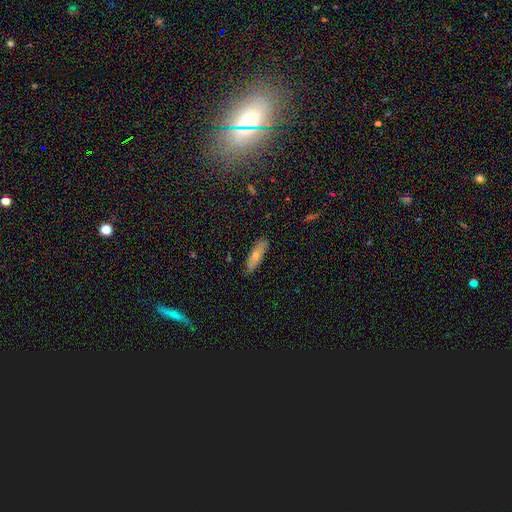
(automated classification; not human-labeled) smooth 68%, featured or disk 26%, star or artifact 6%. Down the decision tree: how rounded — cigar-shaped (52%); merging — none (84%).